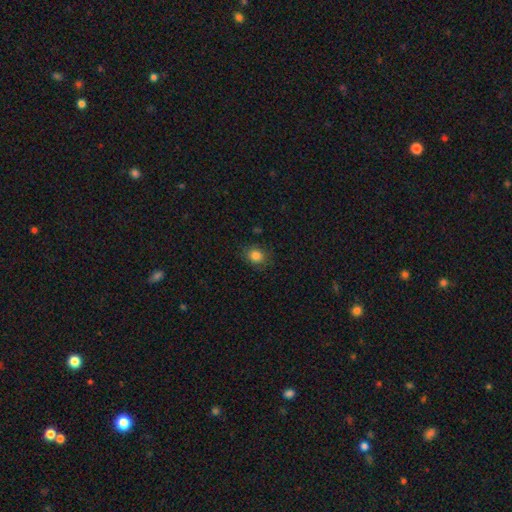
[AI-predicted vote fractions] Smooth or featured? smooth (83%)
How rounded? round (69%)
Merging? none (84%)